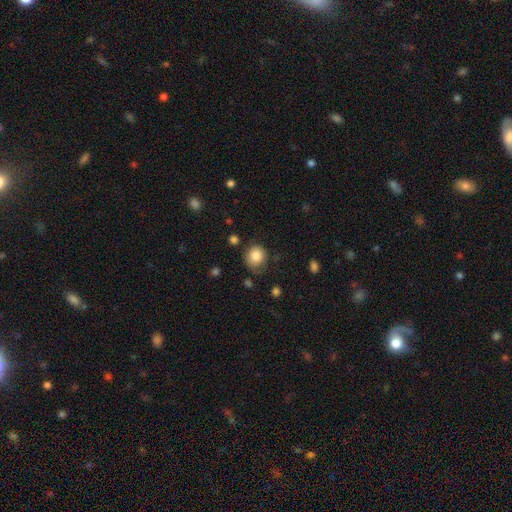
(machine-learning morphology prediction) Smooth or featured?
  - smooth: 85% *
  - star or artifact: 9%
  - featured or disk: 6%
How rounded?
  - round: 79% *
  - in between: 21%
  - cigar-shaped: 1%
Merging?
  - none: 66% *
  - minor disturbance: 24%
  - major disturbance: 8%
  - merger: 3%